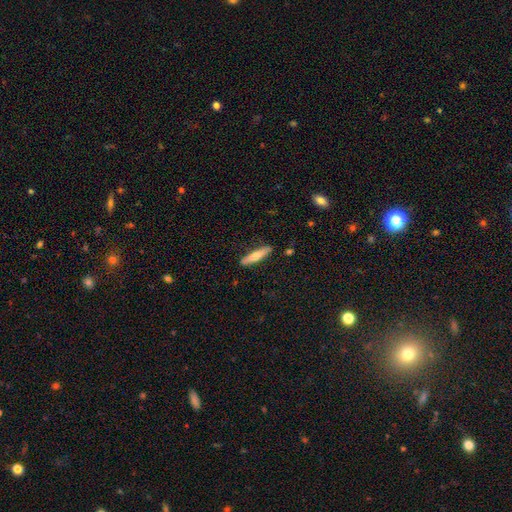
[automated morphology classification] Q: Smooth or featured?
A: smooth (55%); runner-up: featured or disk (40%)
Q: How rounded?
A: cigar-shaped (83%); runner-up: in between (15%)
Q: Merging?
A: none (88%); runner-up: minor disturbance (9%)